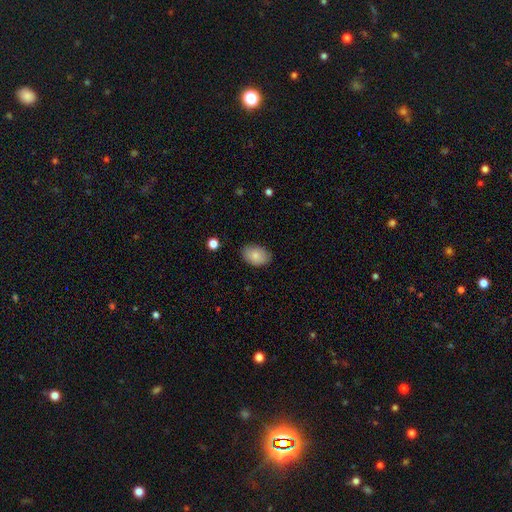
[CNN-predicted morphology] smooth-or-featured: smooth: 84% | featured or disk: 9% | star or artifact: 7%
  how-rounded: in between: 88% | round: 11% | cigar-shaped: 1%
  merging: none: 84% | minor disturbance: 12% | major disturbance: 3% | merger: 1%